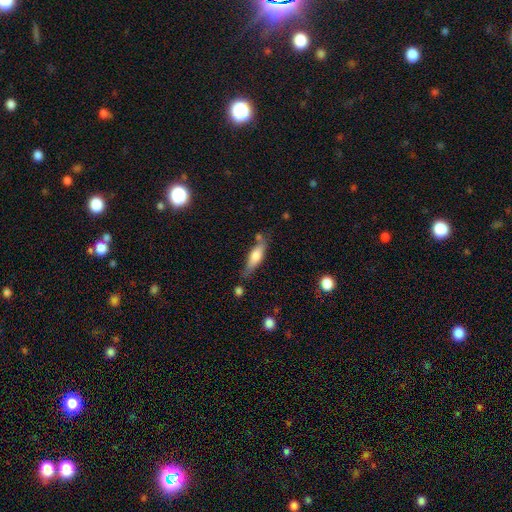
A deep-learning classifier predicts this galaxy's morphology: The model was most divided on "how rounded": cigar-shaped: 55%, in between: 42%, round: 2%. More confident: merging — none (64%); smooth or featured — smooth (62%).